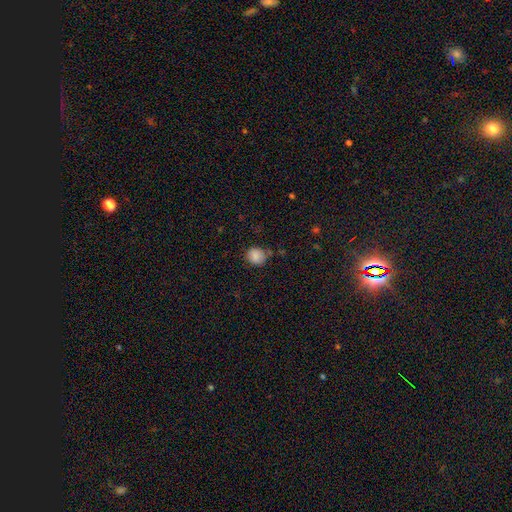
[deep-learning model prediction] A smooth galaxy with no disk features (86%) that is round (80%). Merging: none (73%).